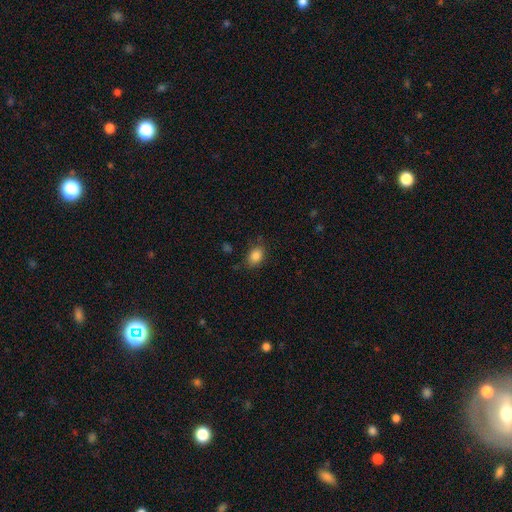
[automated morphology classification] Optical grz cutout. It shows a smooth galaxy with no disk features (85%) that is in between round and cigar-shaped (72%). Merging: none (77%).